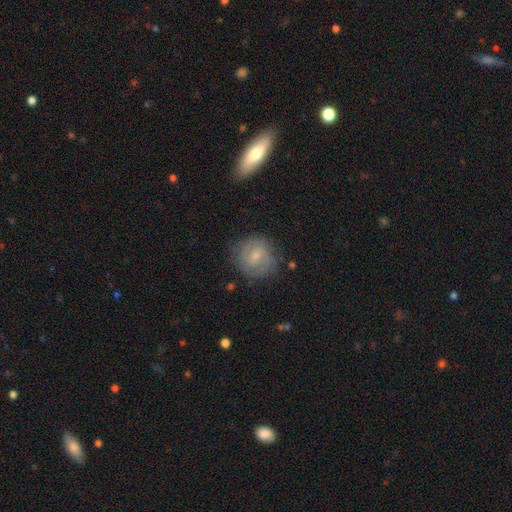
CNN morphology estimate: This appears to be a smooth galaxy with no disk features (47%). Merging: none (71%).